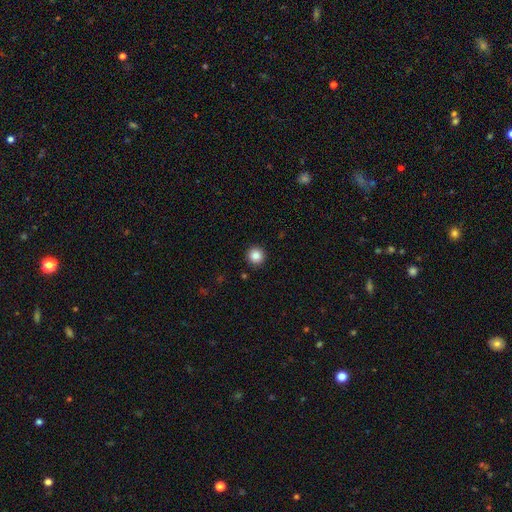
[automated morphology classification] Smooth or featured: smooth — 86% (star or artifact — 10%)
How rounded: round — 96% (in between — 3%)
Merging: none — 93% (minor disturbance — 5%)